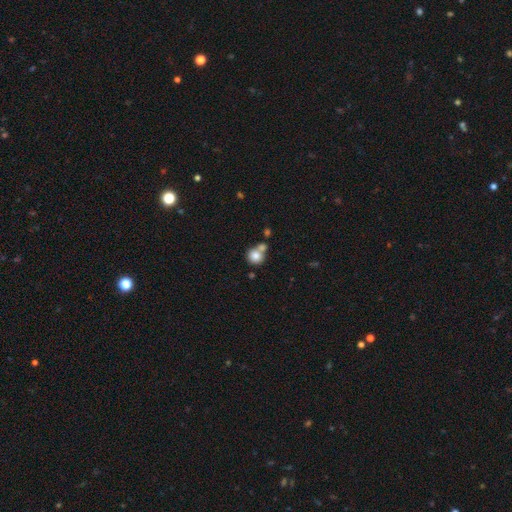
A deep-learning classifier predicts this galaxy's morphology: The model was most divided on "merging": none: 48%, merger: 39%, minor disturbance: 10%, major disturbance: 3%. More confident: how rounded — round (89%); smooth or featured — smooth (80%).